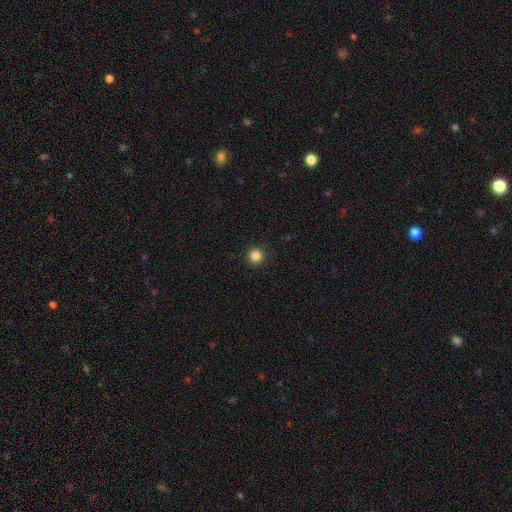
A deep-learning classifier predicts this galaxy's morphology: smooth 85%, star or artifact 12%, featured or disk 4%. Down the decision tree: how rounded — round (96%); merging — none (92%).